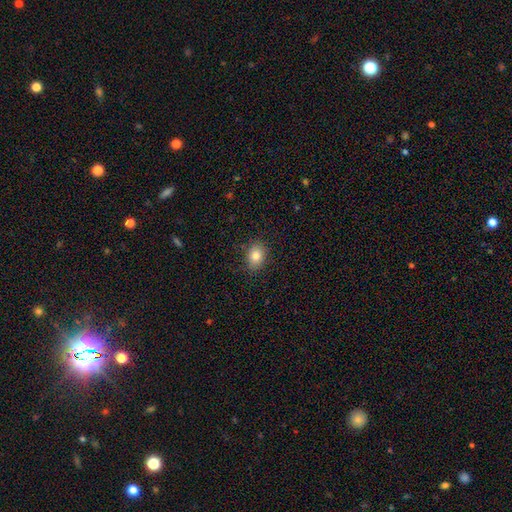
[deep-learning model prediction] smooth-or-featured: smooth: 81% | star or artifact: 10% | featured or disk: 9%
  how-rounded: in between: 65% | round: 34% | cigar-shaped: 1%
  merging: none: 83% | minor disturbance: 12% | major disturbance: 3% | merger: 1%